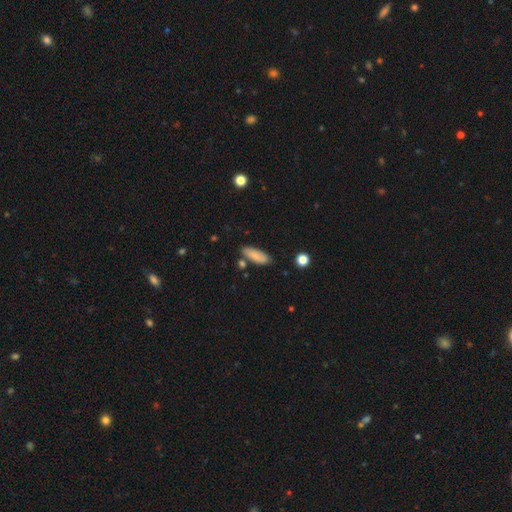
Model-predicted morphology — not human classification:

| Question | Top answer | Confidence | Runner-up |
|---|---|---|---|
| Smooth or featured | smooth | 83% | featured or disk (11%) |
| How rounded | in between | 64% | cigar-shaped (34%) |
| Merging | none | 76% | minor disturbance (15%) |